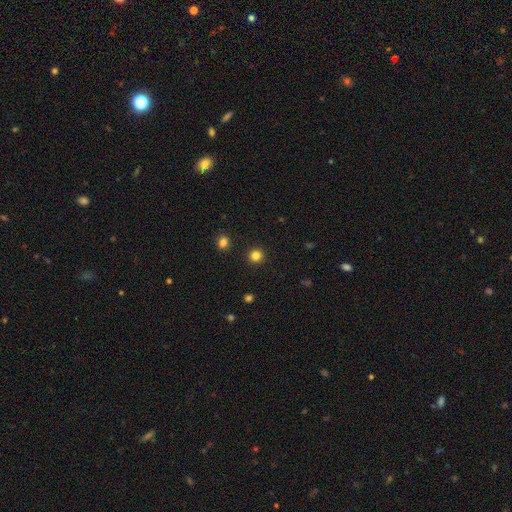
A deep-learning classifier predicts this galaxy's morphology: Smooth or featured: smooth — 82% (star or artifact — 14%)
How rounded: round — 94% (in between — 5%)
Merging: none — 92% (minor disturbance — 5%)